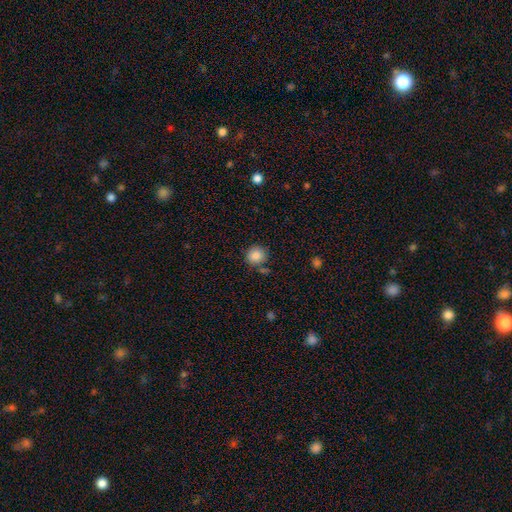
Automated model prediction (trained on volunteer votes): Morphology: type=smooth (86%); roundness=round (91%); merging=none (79%).